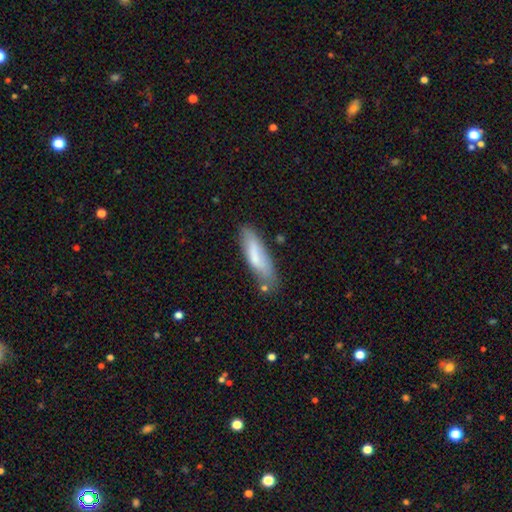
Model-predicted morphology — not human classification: A smooth galaxy with no disk features (70%) that is cigar-shaped (57%). Merging: none (67%).